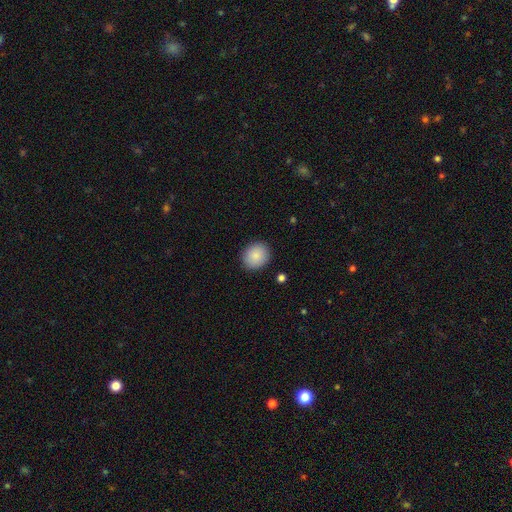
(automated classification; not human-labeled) Smooth or featured? smooth (88%)
How rounded? round (68%)
Merging? none (89%)